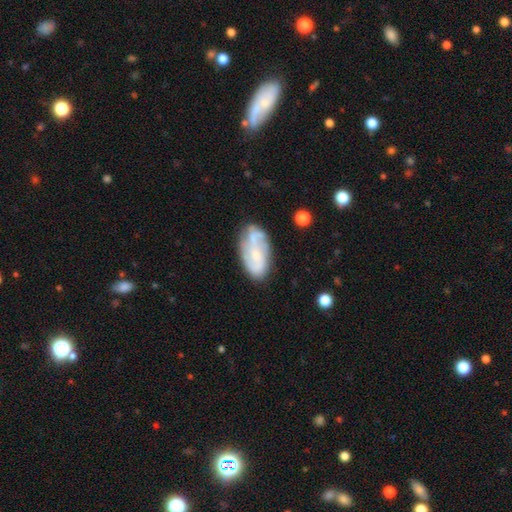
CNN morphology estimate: The model was most divided on "bar": no: 61%, weak: 31%, strong: 8%. More confident: edge-on disk — no (95%); spiral arms — yes (81%); merging — none (64%); smooth or featured — featured or disk (64%); bulge size — small (62%).